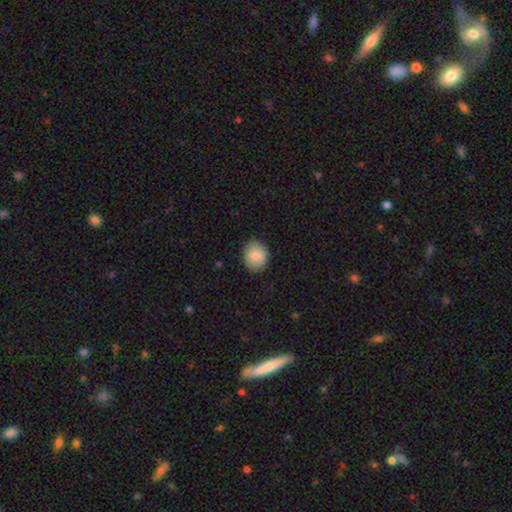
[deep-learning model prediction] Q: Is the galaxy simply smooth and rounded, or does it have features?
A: smooth — 86%.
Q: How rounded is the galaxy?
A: round — 62%.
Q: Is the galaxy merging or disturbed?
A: none — 86%.